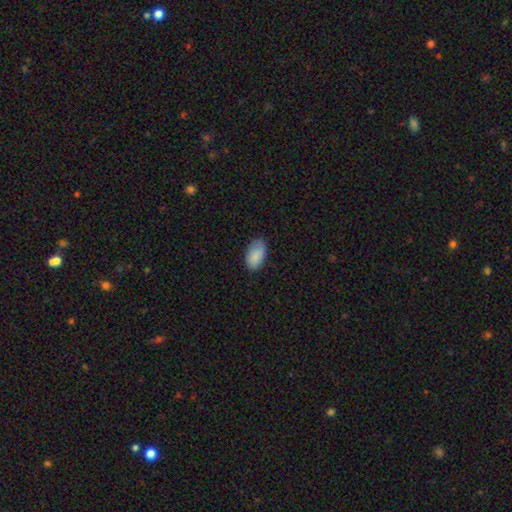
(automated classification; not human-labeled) Q: Smooth or featured?
A: smooth (88%); runner-up: star or artifact (7%)
Q: How rounded?
A: in between (94%); runner-up: round (4%)
Q: Merging?
A: none (78%); runner-up: minor disturbance (18%)